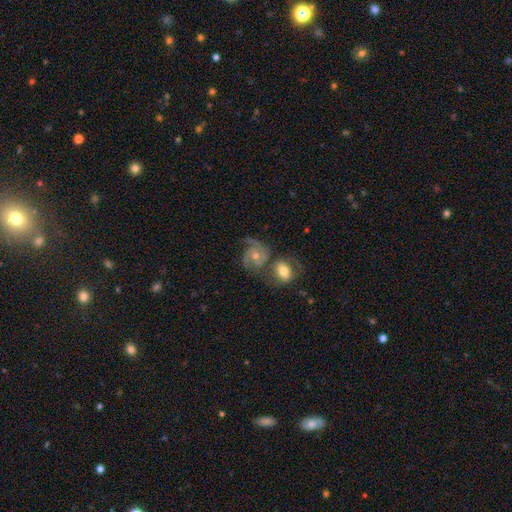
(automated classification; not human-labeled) Smooth or featured: featured or disk — 86% (smooth — 8%)
Edge-on disk: no — 98% (yes — 2%)
Bar: no — 70% (weak — 24%)
Spiral arms: yes — 97% (no — 3%)
Spiral winding: medium — 46% (tight — 44%)
Spiral arm count: 2 — 65% (3 — 20%)
Bulge size: moderate — 60% (small — 34%)
Merging: none — 49% (merger — 29%)